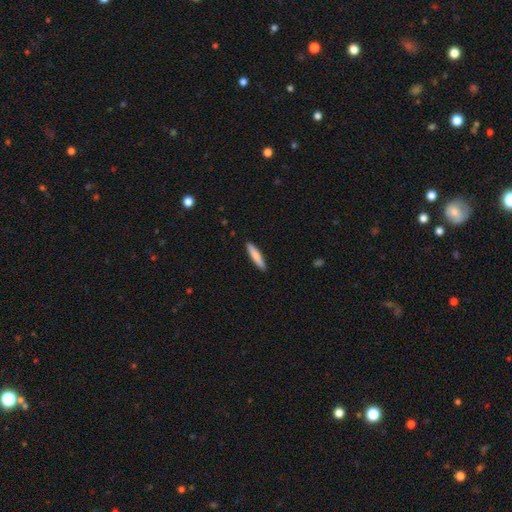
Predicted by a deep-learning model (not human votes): Overall: smooth (78%). How rounded: cigar-shaped (88%). Merging: none (91%).